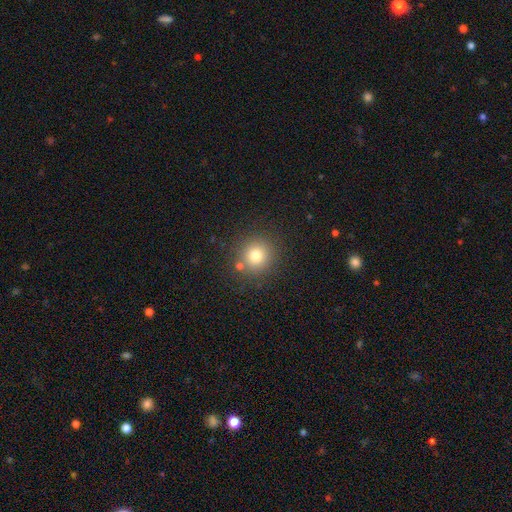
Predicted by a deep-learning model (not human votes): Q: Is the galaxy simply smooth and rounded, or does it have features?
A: smooth — 77%.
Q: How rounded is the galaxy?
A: round — 92%.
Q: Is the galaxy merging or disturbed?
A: none — 82%.